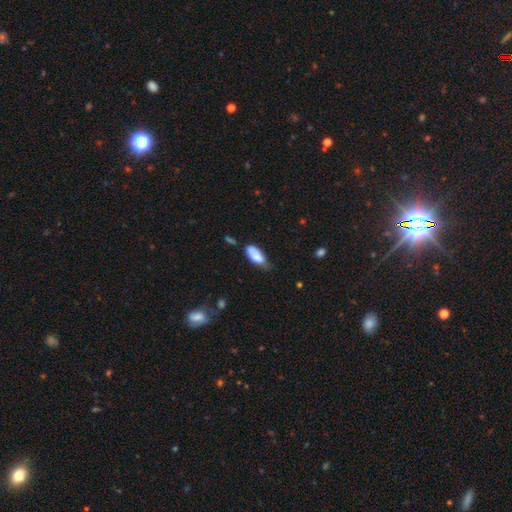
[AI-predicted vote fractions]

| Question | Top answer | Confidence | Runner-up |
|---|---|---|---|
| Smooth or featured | smooth | 73% | featured or disk (20%) |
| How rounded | in between | 83% | cigar-shaped (15%) |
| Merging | minor disturbance | 39% | none (36%) |